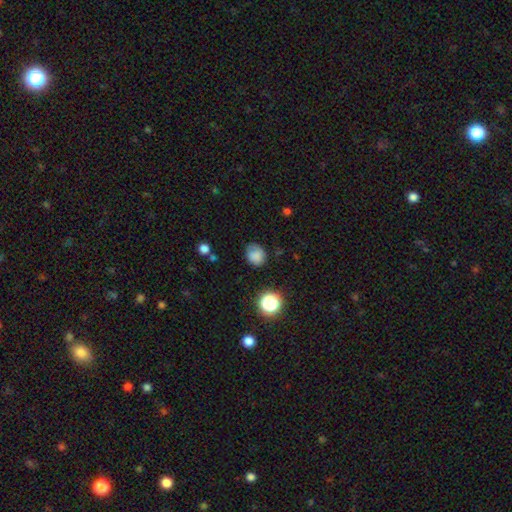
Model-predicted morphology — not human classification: type=smooth (78%); roundness=round (70%); merging=none (65%).